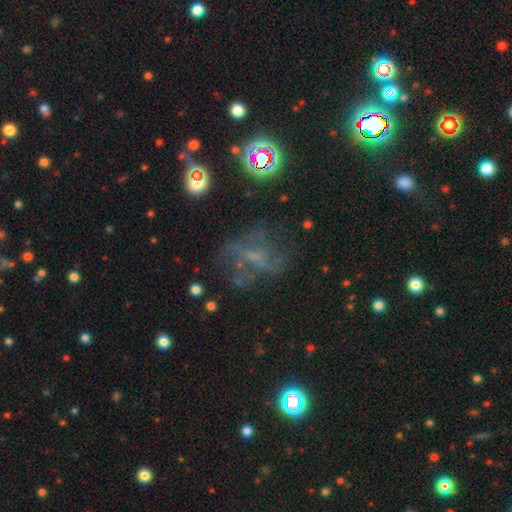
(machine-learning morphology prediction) Q: Smooth or featured?
A: featured or disk (48%); runner-up: star or artifact (31%)
Q: Merging?
A: none (53%); runner-up: major disturbance (25%)